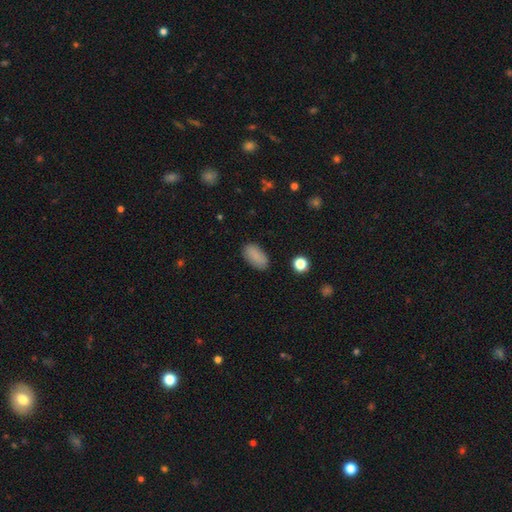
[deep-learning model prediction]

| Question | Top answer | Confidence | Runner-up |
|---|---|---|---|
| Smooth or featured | smooth | 86% | star or artifact (8%) |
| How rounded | in between | 92% | cigar-shaped (4%) |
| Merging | none | 85% | minor disturbance (11%) |